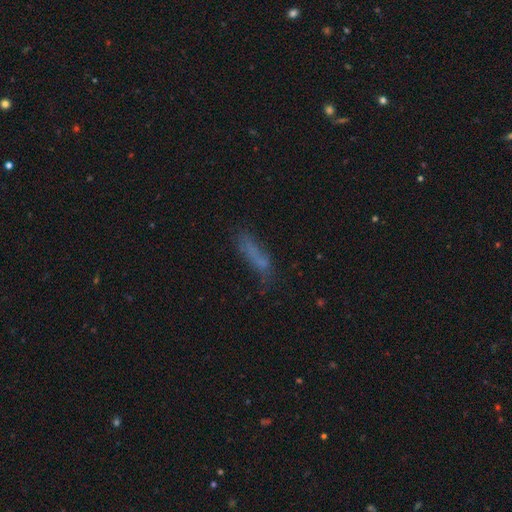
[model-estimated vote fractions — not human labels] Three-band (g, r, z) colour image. It shows a smooth galaxy with no disk features (60%) that is cigar-shaped (65%). Merging: none (49%).